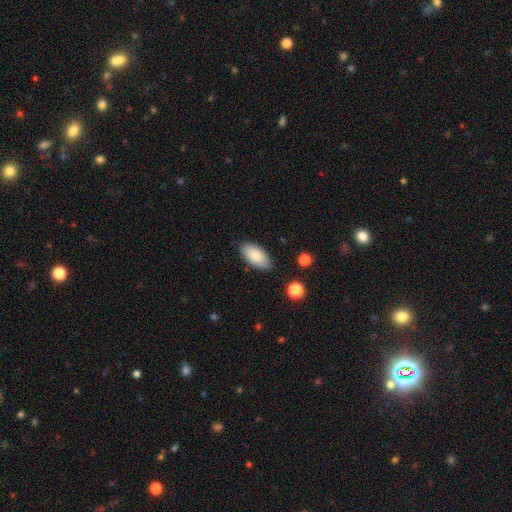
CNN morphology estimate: This appears to be a smooth galaxy with no disk features (81%) that is in between round and cigar-shaped (94%). Merging: none (83%).